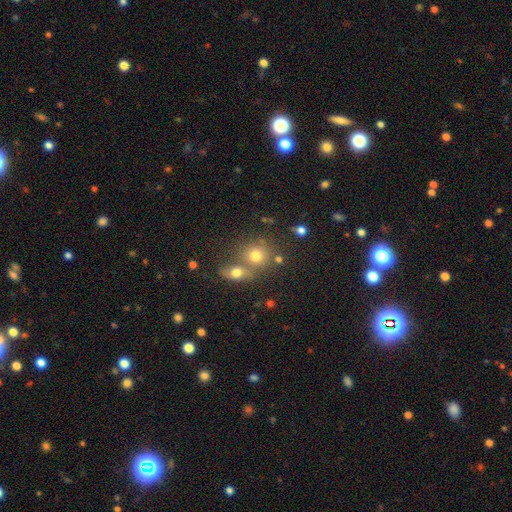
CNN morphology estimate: This appears to be a smooth galaxy with no disk features (73%) that is round (75%). Merging: none (48%).